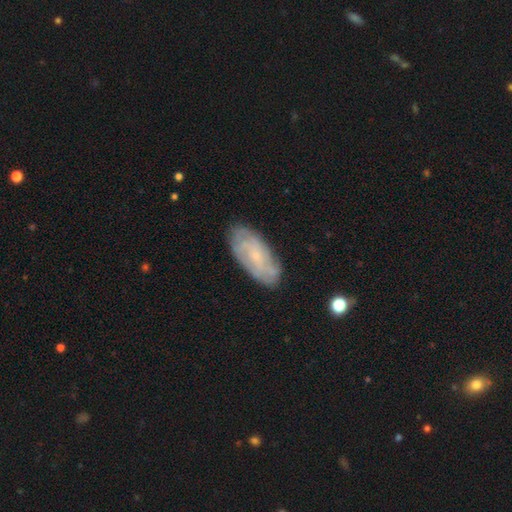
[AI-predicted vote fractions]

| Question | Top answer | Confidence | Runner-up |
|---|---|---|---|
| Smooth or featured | featured or disk | 59% | smooth (33%) |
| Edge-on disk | no | 91% | yes (9%) |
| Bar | no | 70% | weak (26%) |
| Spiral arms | yes | 83% | no (17%) |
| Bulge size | small | 72% | moderate (15%) |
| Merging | none | 80% | minor disturbance (15%) |